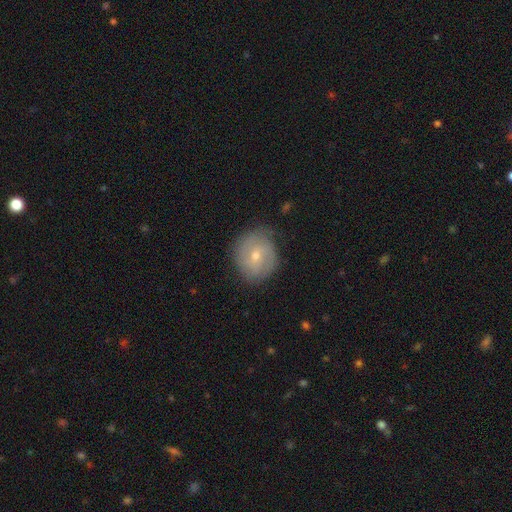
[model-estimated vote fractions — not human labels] A featured or disk galaxy (48%). Merging: none (74%).